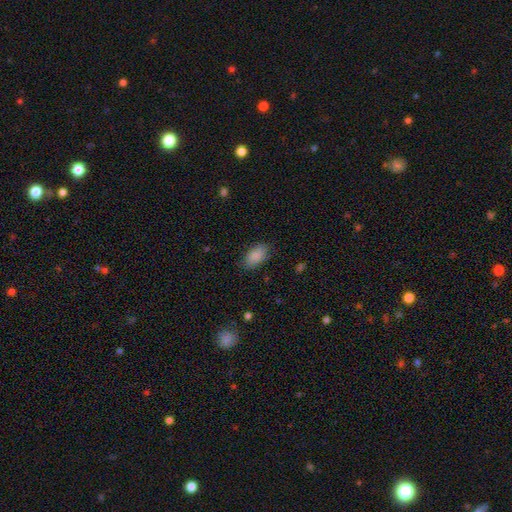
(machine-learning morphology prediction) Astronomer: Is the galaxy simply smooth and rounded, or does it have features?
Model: smooth — 88%.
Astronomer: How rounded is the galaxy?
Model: in between — 93%.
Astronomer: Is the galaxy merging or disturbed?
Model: none — 83%.